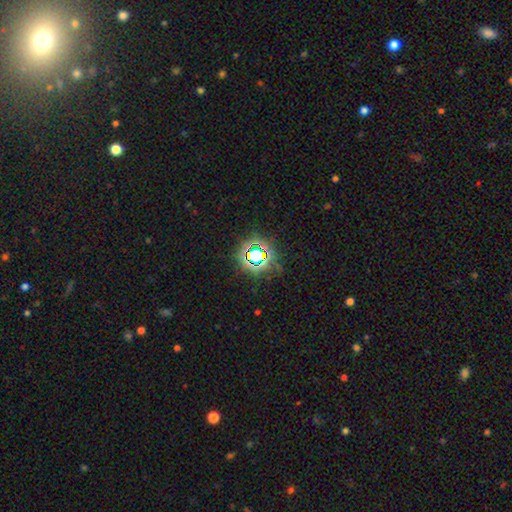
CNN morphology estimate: This appears to be a star or artifact, not a galaxy (70%).